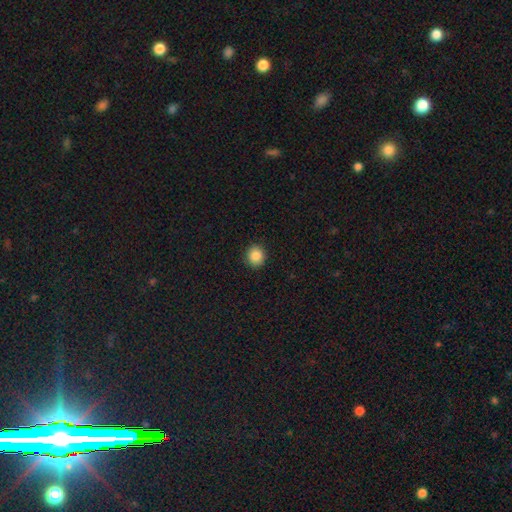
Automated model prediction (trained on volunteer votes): Smooth or featured?
  - smooth: 86% *
  - star or artifact: 10%
  - featured or disk: 4%
How rounded?
  - round: 83% *
  - in between: 16%
  - cigar-shaped: 1%
Merging?
  - none: 91% *
  - minor disturbance: 6%
  - major disturbance: 2%
  - merger: 1%